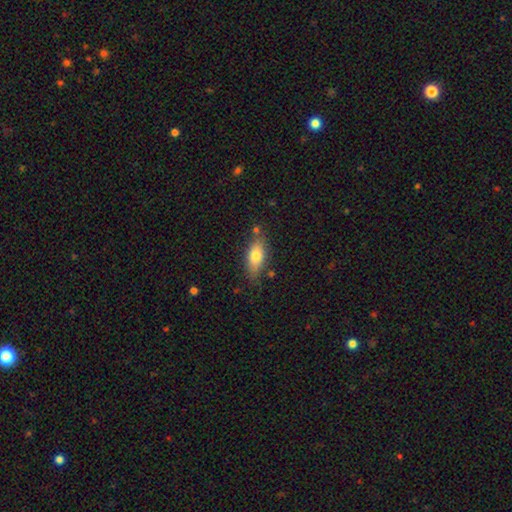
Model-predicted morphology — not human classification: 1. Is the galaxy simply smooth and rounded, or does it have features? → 73% smooth, 20% featured or disk, 7% star or artifact.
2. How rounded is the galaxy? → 80% in between, 17% cigar-shaped, 4% round.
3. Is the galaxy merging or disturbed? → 75% none, 17% minor disturbance, 5% merger, 4% major disturbance.